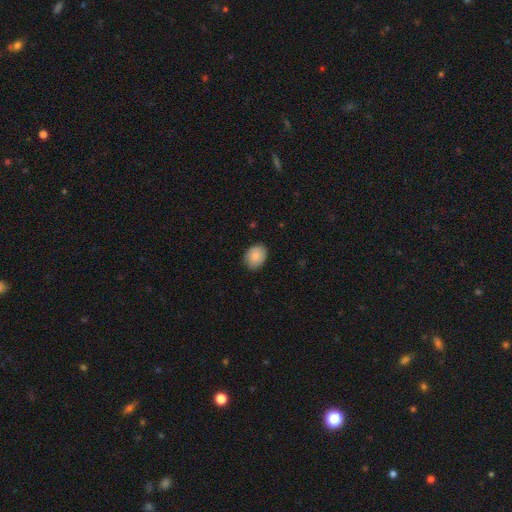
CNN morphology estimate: Smooth or featured? Predicted: smooth (p=0.85). How rounded? Predicted: in between (p=0.59). Merging? Predicted: none (p=0.85).